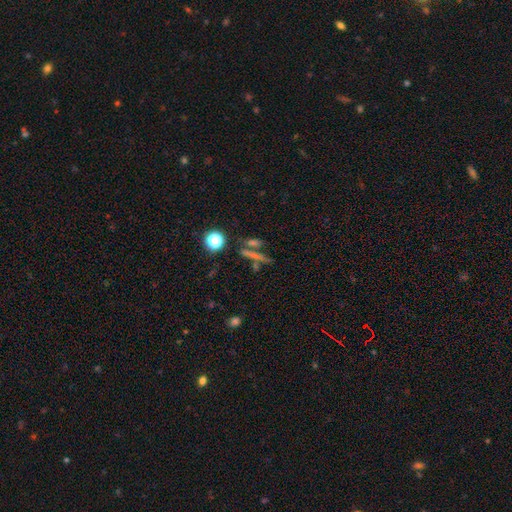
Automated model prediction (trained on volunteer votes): Morphology: type=smooth (42%); merging=none (69%).